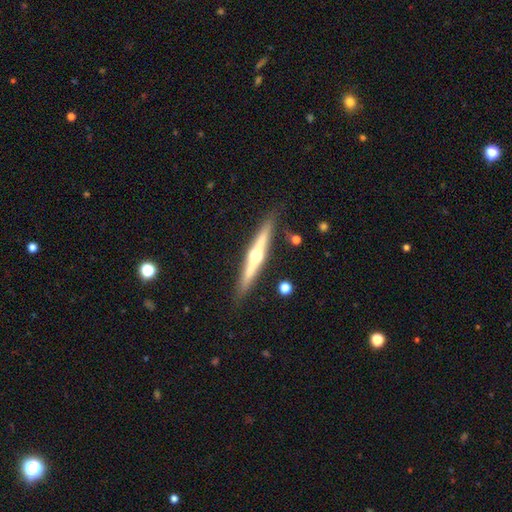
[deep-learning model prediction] Smooth or featured? featured or disk (73%)
Edge-on disk? yes (98%)
Edge-on bulge? rounded (92%)
Merging? none (87%)